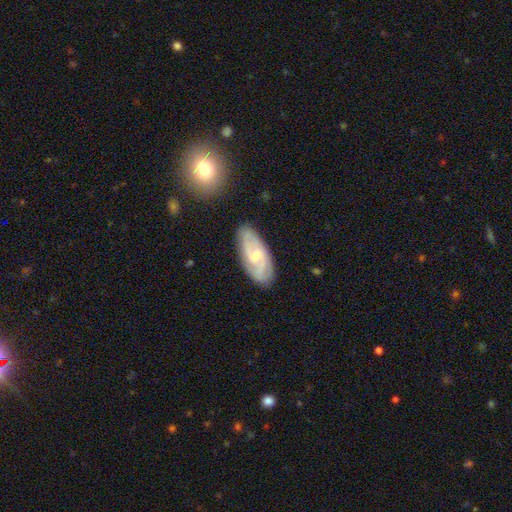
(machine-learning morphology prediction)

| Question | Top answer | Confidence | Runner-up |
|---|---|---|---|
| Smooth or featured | featured or disk | 63% | smooth (31%) |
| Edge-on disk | no | 91% | yes (9%) |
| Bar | no | 49% | weak (43%) |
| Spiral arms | yes | 85% | no (15%) |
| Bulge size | moderate | 48% | small (46%) |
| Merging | none | 79% | minor disturbance (16%) |